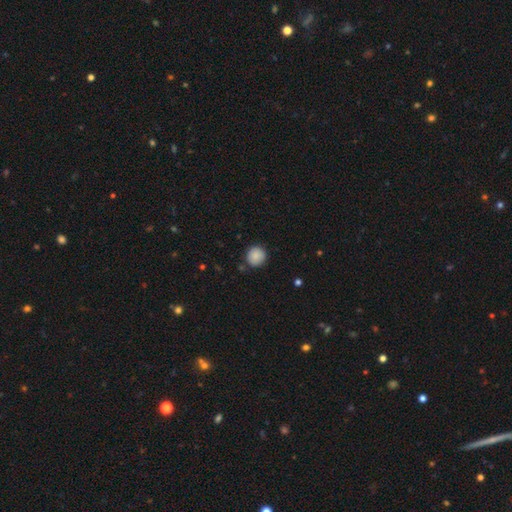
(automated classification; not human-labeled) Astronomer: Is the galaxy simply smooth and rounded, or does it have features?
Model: smooth — 88%.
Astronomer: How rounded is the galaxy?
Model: round — 93%.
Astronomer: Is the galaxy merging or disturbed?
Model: none — 87%.